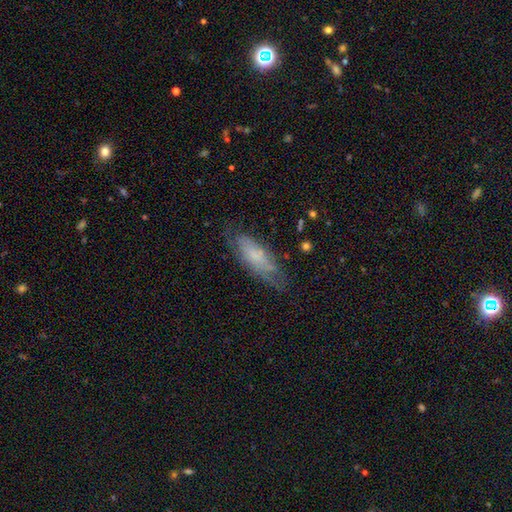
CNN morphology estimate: Q: Smooth or featured?
A: smooth (51%); runner-up: featured or disk (40%)
Q: How rounded?
A: in between (63%); runner-up: cigar-shaped (34%)
Q: Merging?
A: none (60%); runner-up: minor disturbance (27%)